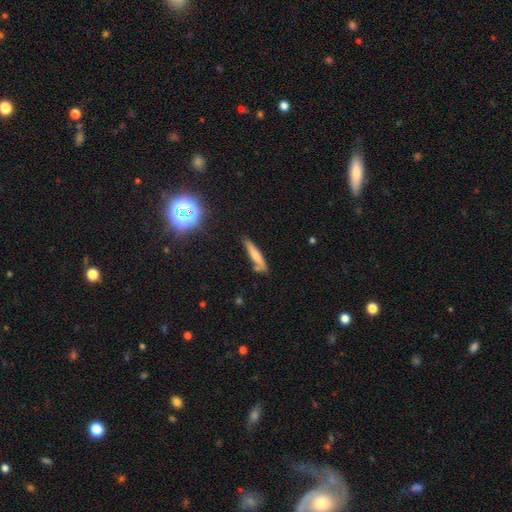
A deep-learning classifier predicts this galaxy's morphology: smooth-or-featured: smooth: 62% | featured or disk: 29% | star or artifact: 9%
  how-rounded: cigar-shaped: 86% | in between: 12% | round: 2%
  merging: none: 70% | minor disturbance: 19% | merger: 7% | major disturbance: 4%